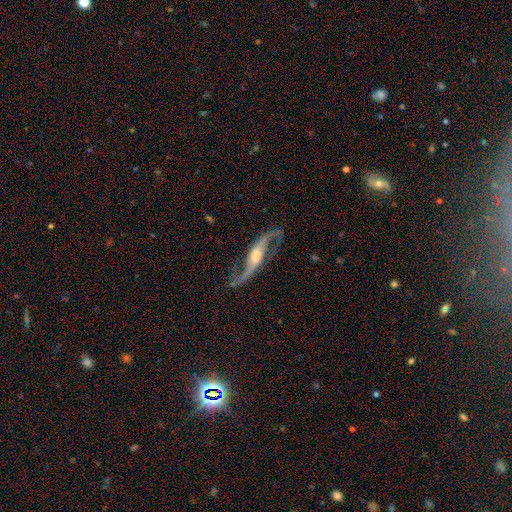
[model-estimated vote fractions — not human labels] smooth-or-featured: featured or disk: 91% | star or artifact: 5% | smooth: 5%
  disk-edge-on: no: 88% | yes: 12%
    bar: no: 37% | weak: 33% | strong: 30%
    has-spiral-arms: yes: 97% | no: 3%
      spiral-winding: loose: 79% | medium: 17% | tight: 4%
      spiral-arm-count: 2: 94% | 1: 2% | can't tell: 2% | 3: 1% | 4: 1% | more than 4: 1%
    bulge-size: moderate: 58% | small: 26% | large: 11% | none: 3% | dominant: 2%
  merging: none: 76% | minor disturbance: 13% | major disturbance: 8% | merger: 2%